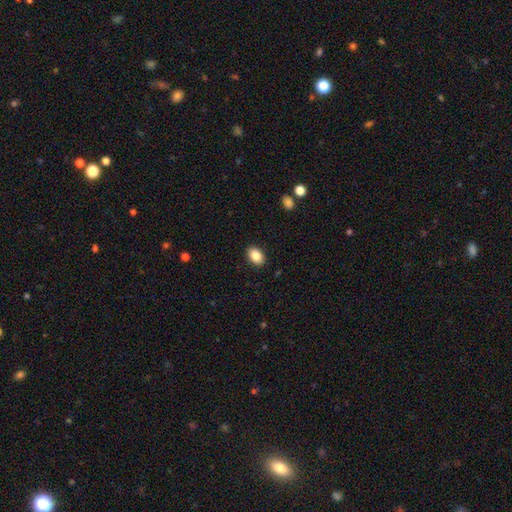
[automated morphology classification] Overall: smooth (86%). How rounded: in between (83%). Merging: none (90%).